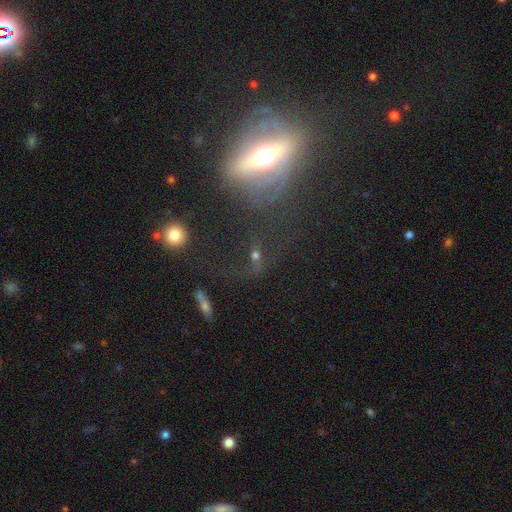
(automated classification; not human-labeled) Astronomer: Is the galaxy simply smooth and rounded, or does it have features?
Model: featured or disk — 36% (runner-up: star or artifact, 32%).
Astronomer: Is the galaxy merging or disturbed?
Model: none — 49% (runner-up: major disturbance, 24%).